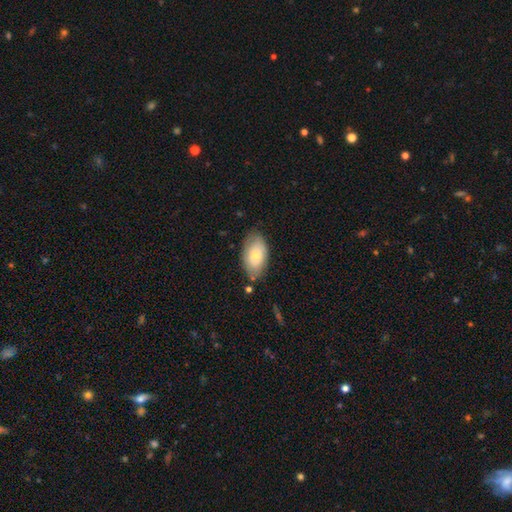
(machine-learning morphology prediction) A smooth galaxy with no disk features (65%) that is in between round and cigar-shaped (92%).

Vote fractions:
- Smooth or featured? smooth: 65% / featured or disk: 28% / star or artifact: 6%
- How rounded? in between: 92% / round: 6% / cigar-shaped: 2%
- Merging? none: 71% / minor disturbance: 21% / major disturbance: 5% / merger: 3%